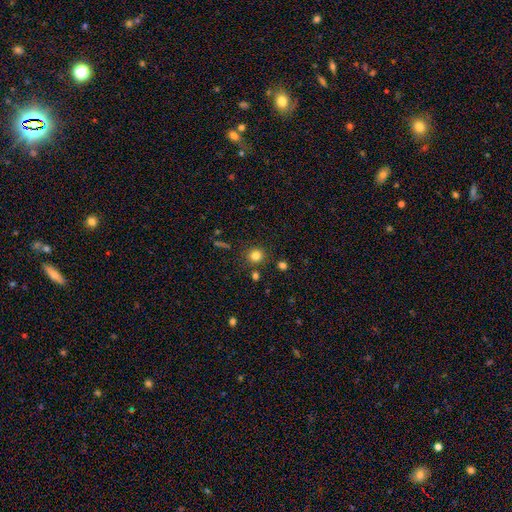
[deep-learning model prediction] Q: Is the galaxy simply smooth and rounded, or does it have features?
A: smooth — 81%.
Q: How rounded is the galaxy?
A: round — 90%.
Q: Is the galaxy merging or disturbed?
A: none — 85%.